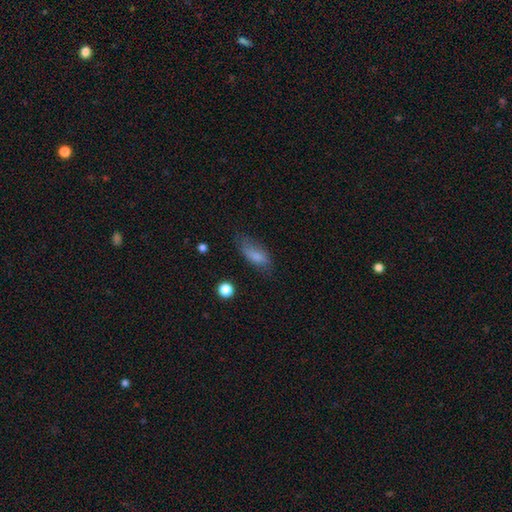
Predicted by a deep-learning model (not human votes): Overall: smooth (76%). How rounded: in between (77%). Merging: none (58%; minor disturbance 28%).